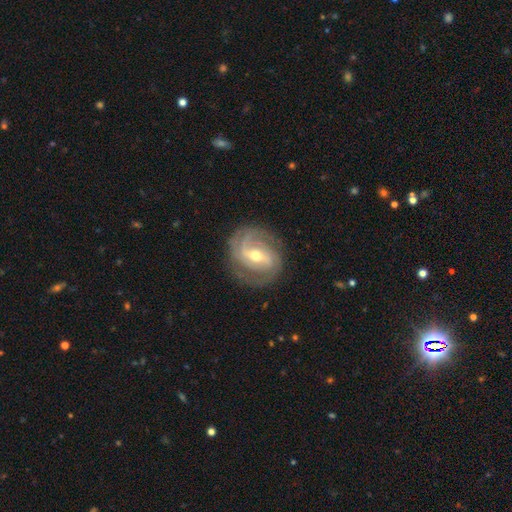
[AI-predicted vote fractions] Smooth or featured? featured or disk (87%)
Edge-on disk? no (97%)
Bar? weak (44%)
Spiral arms? yes (95%)
Spiral winding? tight (47%)
Spiral arm count? 2 (58%)
Bulge size? moderate (61%)
Merging? none (79%)